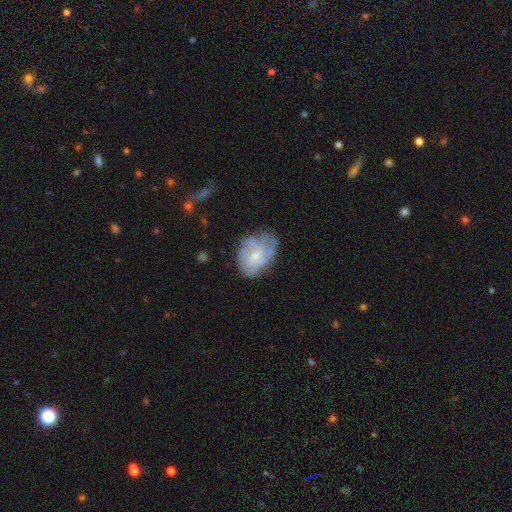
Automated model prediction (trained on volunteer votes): smooth-or-featured: featured or disk: 65% | smooth: 28% | star or artifact: 7%
  disk-edge-on: no: 97% | yes: 3%
    bar: no: 58% | weak: 37% | strong: 5%
    has-spiral-arms: yes: 71% | no: 29%
    bulge-size: small: 58% | moderate: 32% | none: 8% | large: 2% | dominant: 1%
  merging: none: 52% | minor disturbance: 28% | major disturbance: 16% | merger: 3%